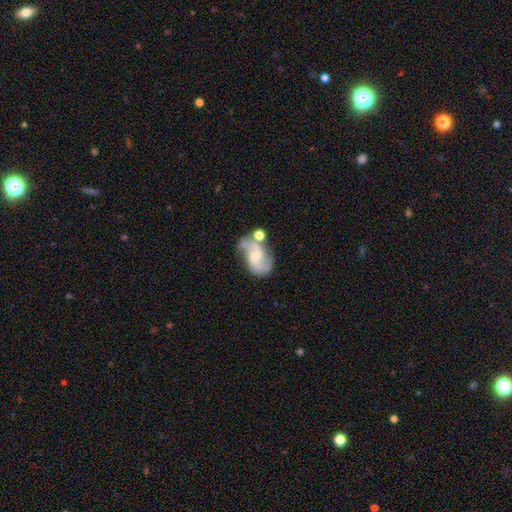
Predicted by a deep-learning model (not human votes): Smooth or featured? Predicted: featured or disk (p=0.79). Edge-on disk? Predicted: no (p=0.97). Bar? Predicted: weak (p=0.46). Spiral arms? Predicted: yes (p=0.93). Spiral winding? Predicted: medium (p=0.44, tied with loose). Spiral arm count? Predicted: 2 (p=0.89). Bulge size? Predicted: small (p=0.47). Merging? Predicted: none (p=0.51).